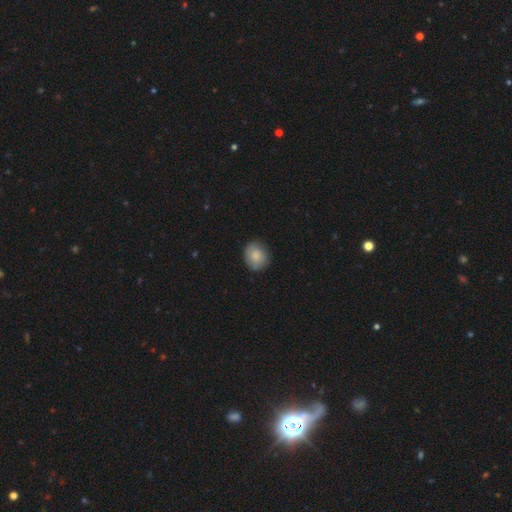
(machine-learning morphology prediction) This is likely a smooth galaxy (78%). How rounded: likely round (70%). Merging: clearly none (83%).